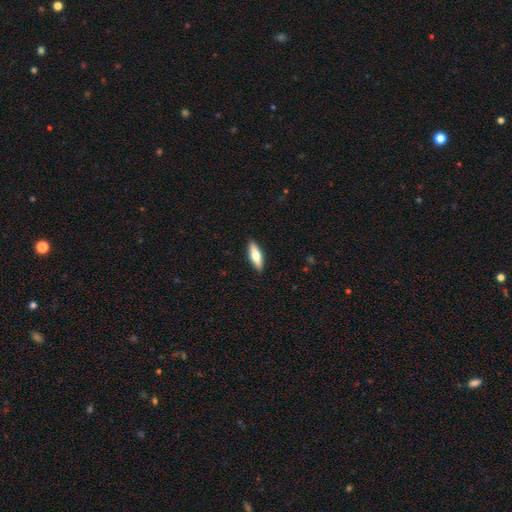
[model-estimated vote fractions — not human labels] The model was most divided on "how rounded": in between: 50%, cigar-shaped: 48%, round: 2%. More confident: merging — none (90%); smooth or featured — smooth (59%).